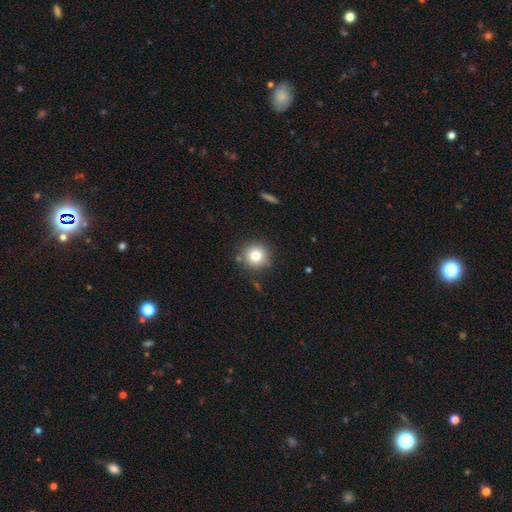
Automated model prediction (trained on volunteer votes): Overall: smooth (79%). How rounded: round (94%). Merging: none (86%).